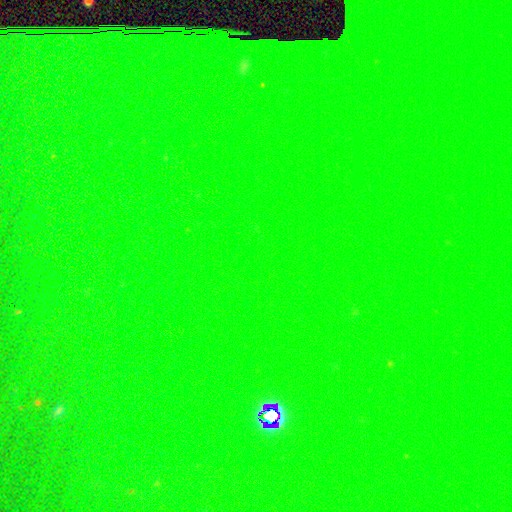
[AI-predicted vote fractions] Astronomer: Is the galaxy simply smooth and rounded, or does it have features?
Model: star or artifact — 78%.